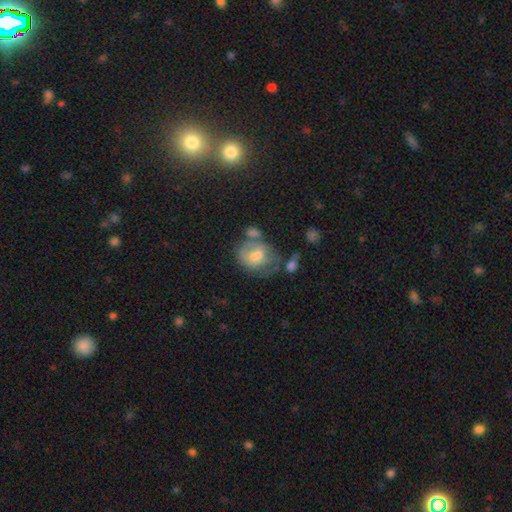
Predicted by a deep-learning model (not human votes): The model was most divided on "smooth or featured": smooth: 46%, featured or disk: 43%, star or artifact: 11%. Remaining: merging — none (36%).